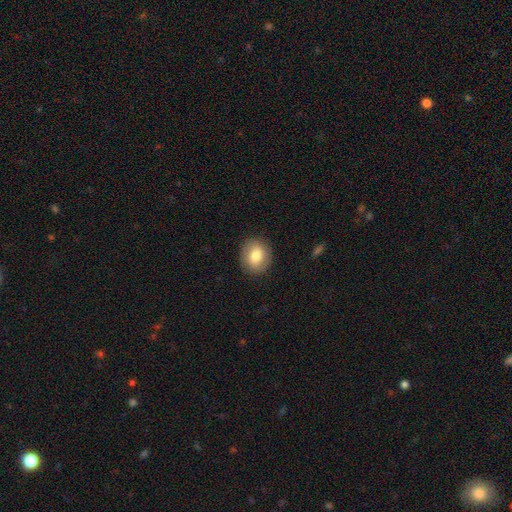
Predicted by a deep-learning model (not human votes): The model was most divided on "how rounded": round: 61%, in between: 38%, cigar-shaped: 1%. More confident: merging — none (88%); smooth or featured — smooth (74%).